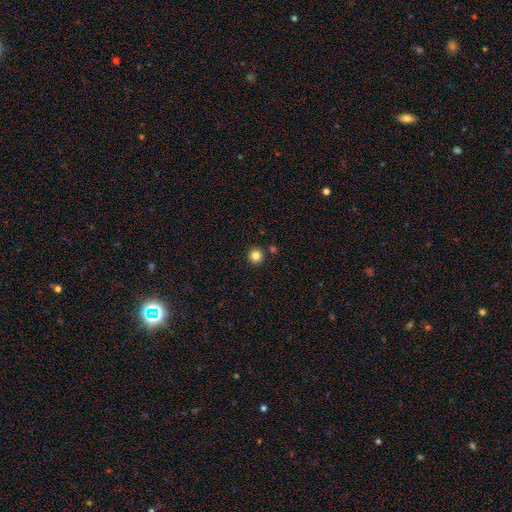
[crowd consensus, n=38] Smooth or featured? 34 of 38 (89%) said smooth. How rounded? 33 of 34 (97%) said round. Merging? 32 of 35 (91%) said none.